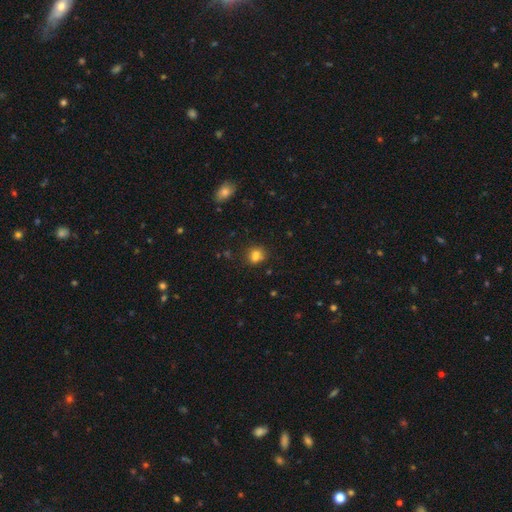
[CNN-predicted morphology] Smooth or featured?
  - smooth: 76% *
  - star or artifact: 14%
  - featured or disk: 10%
How rounded?
  - round: 57% *
  - in between: 41%
  - cigar-shaped: 2%
Merging?
  - none: 59% *
  - merger: 22%
  - minor disturbance: 14%
  - major disturbance: 5%